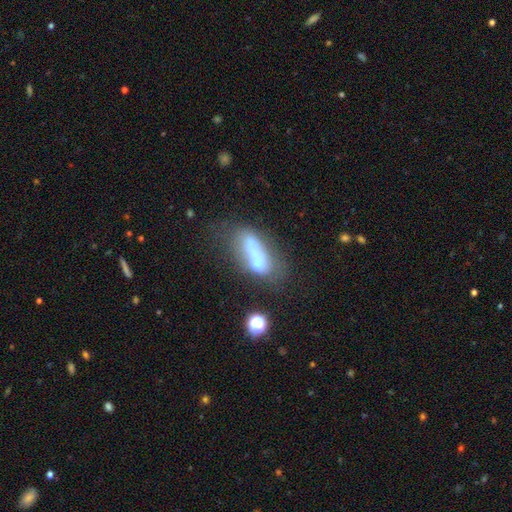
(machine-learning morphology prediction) smooth_or_featured: smooth (p=0.50) [alt: featured or disk p=0.37]
how_rounded: in between (p=0.64) [alt: cigar-shaped p=0.32]
merging: merger (p=0.31) [alt: none p=0.28]